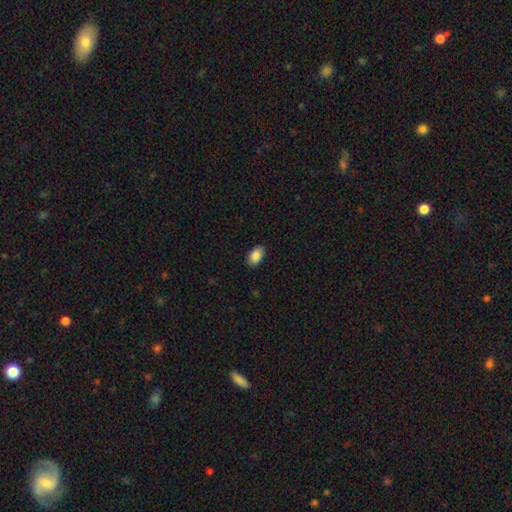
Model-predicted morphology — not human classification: Smooth or featured? smooth (88%)
How rounded? in between (93%)
Merging? none (89%)